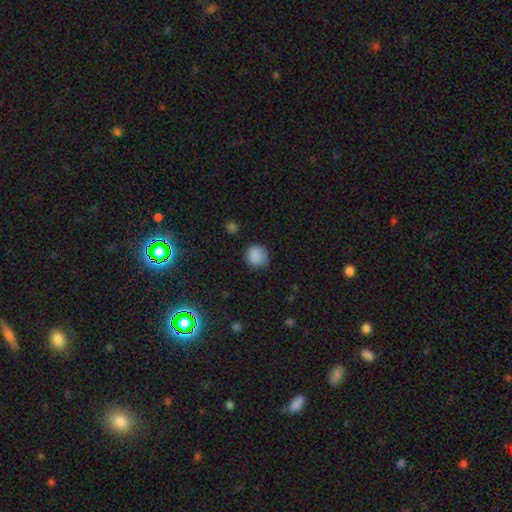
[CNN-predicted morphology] A smooth galaxy with no disk features (86%) that is round (88%). Merging: none (83%).